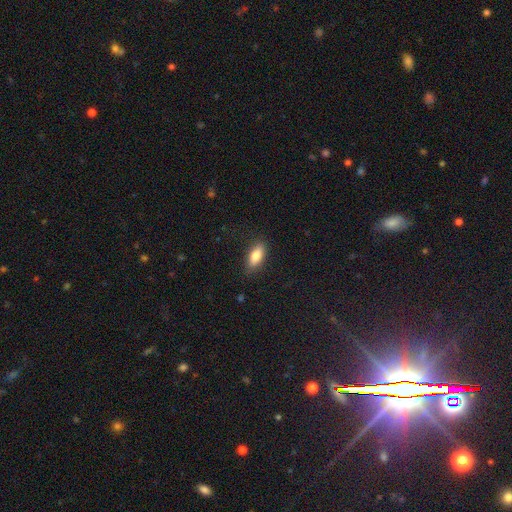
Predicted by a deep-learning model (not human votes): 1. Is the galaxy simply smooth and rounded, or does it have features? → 81% smooth, 12% featured or disk, 7% star or artifact.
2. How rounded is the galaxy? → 78% in between, 20% cigar-shaped, 3% round.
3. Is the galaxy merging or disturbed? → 84% none, 12% minor disturbance, 3% major disturbance, 1% merger.